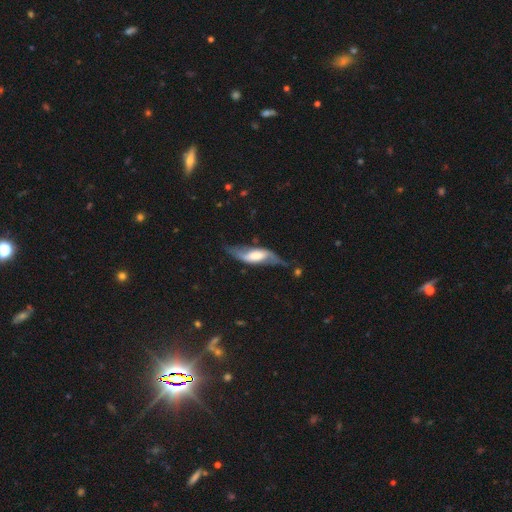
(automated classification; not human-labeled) smooth-or-featured: featured or disk: 66% | smooth: 28% | star or artifact: 6%
  disk-edge-on: no: 79% | yes: 21%
    bar: weak: 38% | no: 32% | strong: 29%
    has-spiral-arms: yes: 86% | no: 14%
    bulge-size: moderate: 40% | large: 31% | small: 17% | none: 7% | dominant: 5%
  merging: none: 52% | minor disturbance: 28% | major disturbance: 16% | merger: 4%